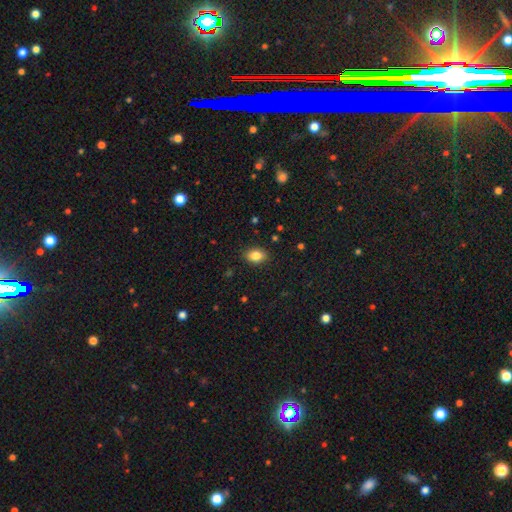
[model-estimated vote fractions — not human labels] Smooth or featured? Predicted: smooth (p=0.85). How rounded? Predicted: in between (p=0.77). Merging? Predicted: none (p=0.88).